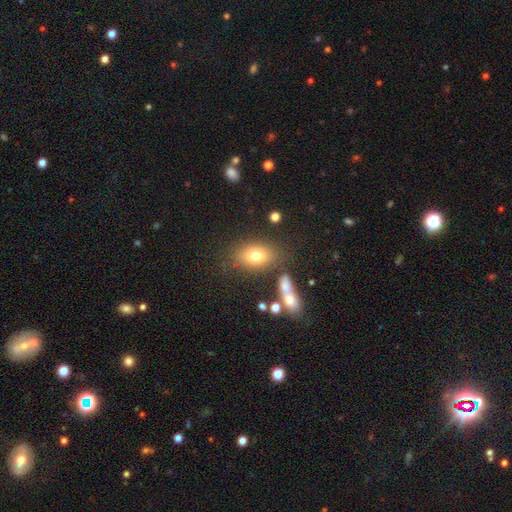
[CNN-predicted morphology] This appears to be a smooth galaxy with no disk features (75%) that is in between round and cigar-shaped (80%). Merging: none (74%).